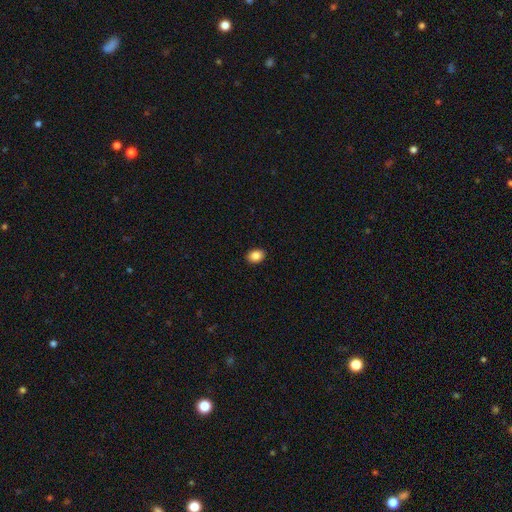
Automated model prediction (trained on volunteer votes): Overall: smooth (87%). How rounded: in between (68%; round 31%). Merging: none (91%).